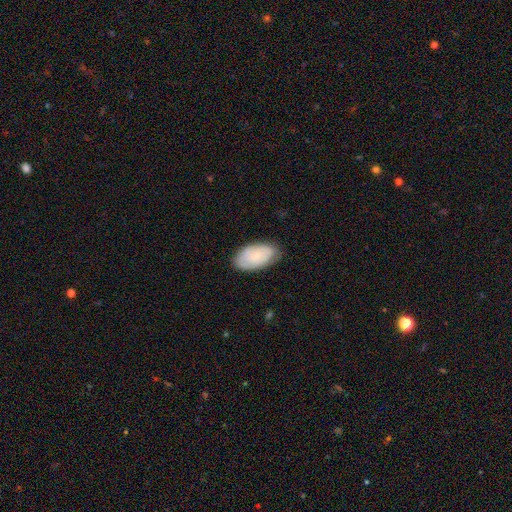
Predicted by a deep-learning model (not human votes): Q: Smooth or featured?
A: smooth (65%); runner-up: featured or disk (28%)
Q: How rounded?
A: in between (95%); runner-up: round (3%)
Q: Merging?
A: none (81%); runner-up: minor disturbance (15%)